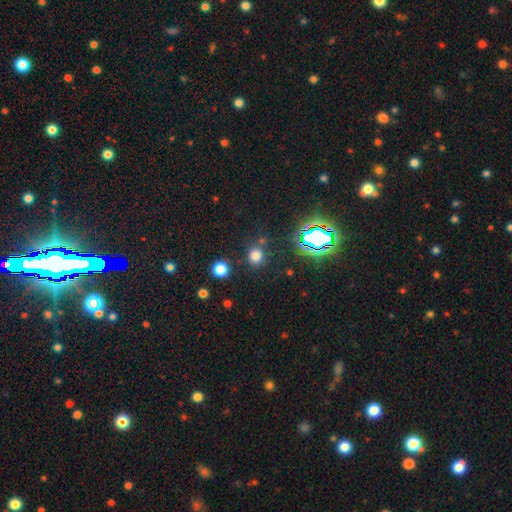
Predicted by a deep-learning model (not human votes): A smooth galaxy with no disk features (70%) that is round (83%).

Vote fractions:
- Smooth or featured? smooth: 70% / star or artifact: 24% / featured or disk: 5%
- How rounded? round: 83% / in between: 16% / cigar-shaped: 1%
- Merging? none: 81% / minor disturbance: 9% / merger: 6% / major disturbance: 4%